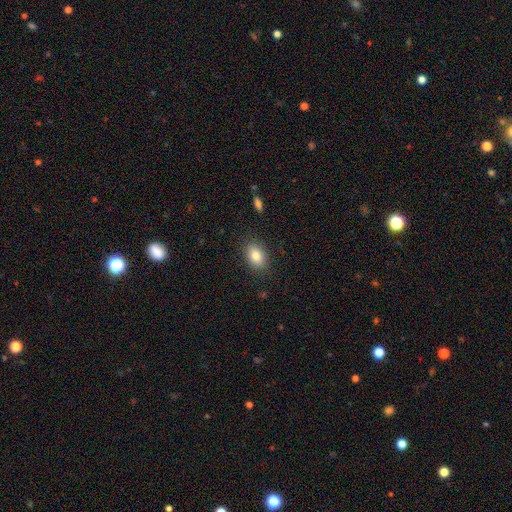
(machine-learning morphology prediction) Overall: smooth (83%). How rounded: in between (83%). Merging: none (86%).